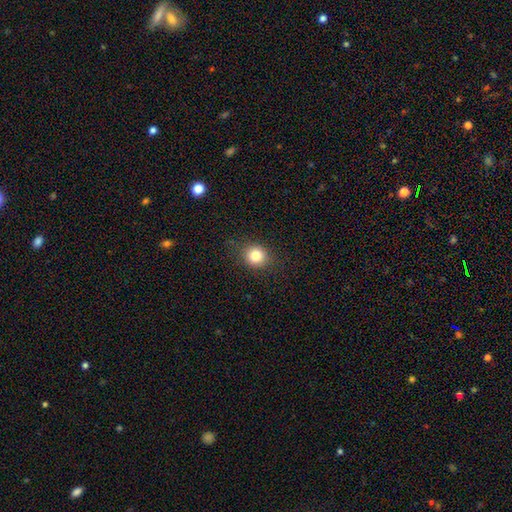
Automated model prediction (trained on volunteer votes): Overall: smooth (82%). How rounded: round (83%). Merging: none (87%).